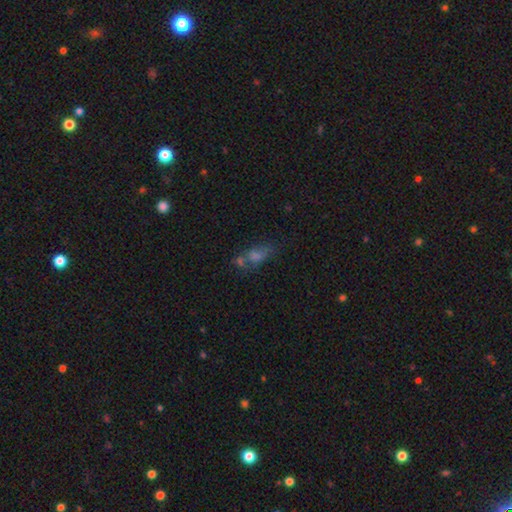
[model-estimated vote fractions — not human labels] Smooth or featured?
  - smooth: 51% *
  - star or artifact: 26%
  - featured or disk: 23%
How rounded?
  - in between: 65% *
  - cigar-shaped: 21%
  - round: 14%
Merging?
  - none: 44% *
  - merger: 28%
  - minor disturbance: 17%
  - major disturbance: 12%